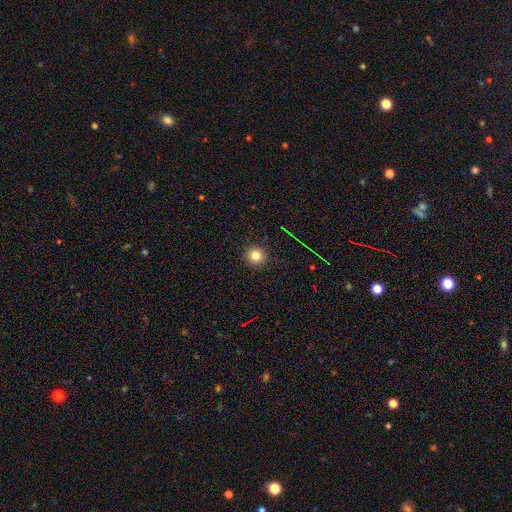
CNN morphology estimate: A smooth galaxy with no disk features (80%) that is round (93%).

Vote fractions:
- Smooth or featured? smooth: 80% / star or artifact: 14% / featured or disk: 6%
- How rounded? round: 93% / in between: 6% / cigar-shaped: 1%
- Merging? none: 91% / minor disturbance: 6% / major disturbance: 2% / merger: 1%